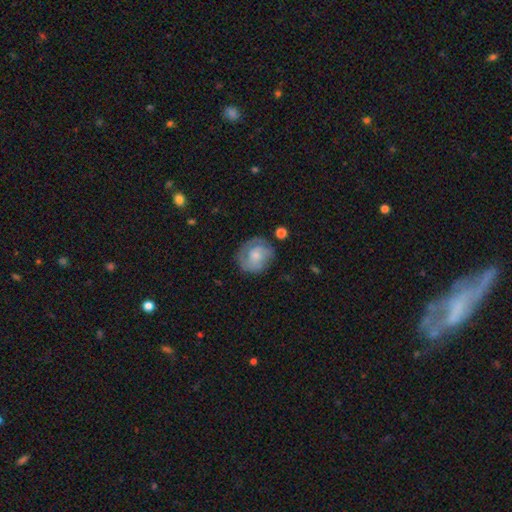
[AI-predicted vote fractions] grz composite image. It shows a featured or disk galaxy (50%). Merging: none (66%).